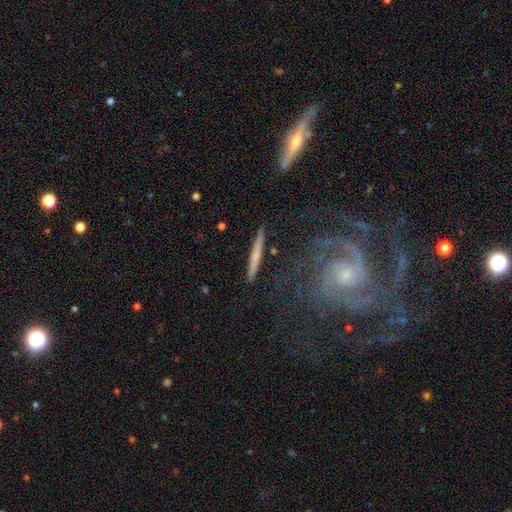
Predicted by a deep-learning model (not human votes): smooth_or_featured: featured or disk (p=0.52) [alt: smooth p=0.40]
disk_edge_on: yes (p=0.86) [alt: no p=0.14]
merging: none (p=0.87) [alt: minor disturbance p=0.08]